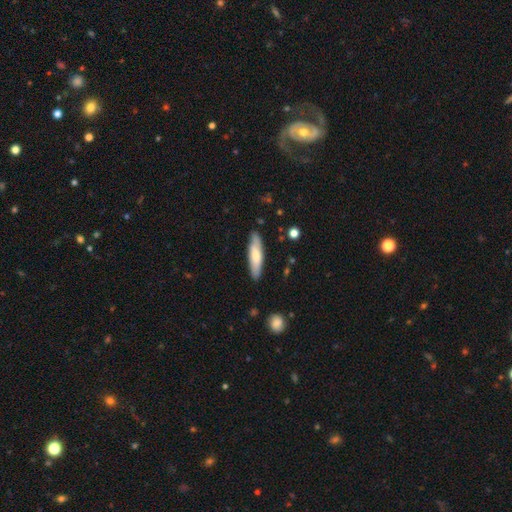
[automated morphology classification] type=smooth (66%); roundness=cigar-shaped (72%); merging=none (87%).